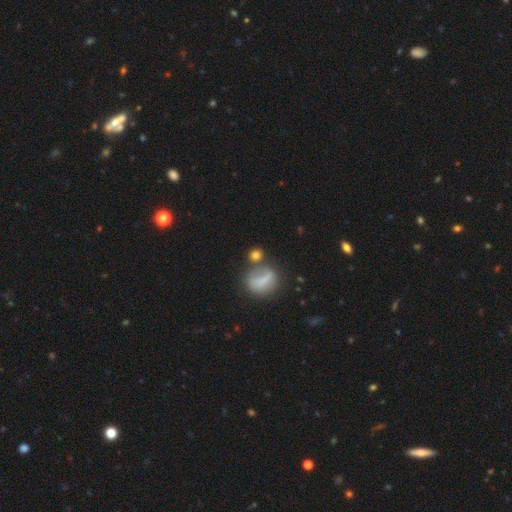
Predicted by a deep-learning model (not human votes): Smooth or featured? smooth (72%)
How rounded? round (76%)
Merging? none (57%)